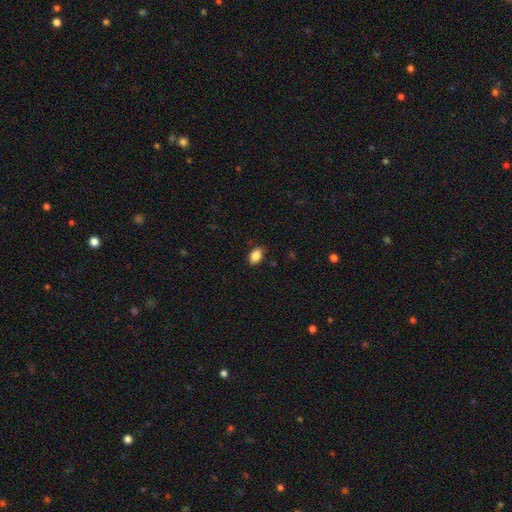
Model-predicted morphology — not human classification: A smooth galaxy with no disk features (88%) that is in between round and cigar-shaped (88%). Merging: none (85%).